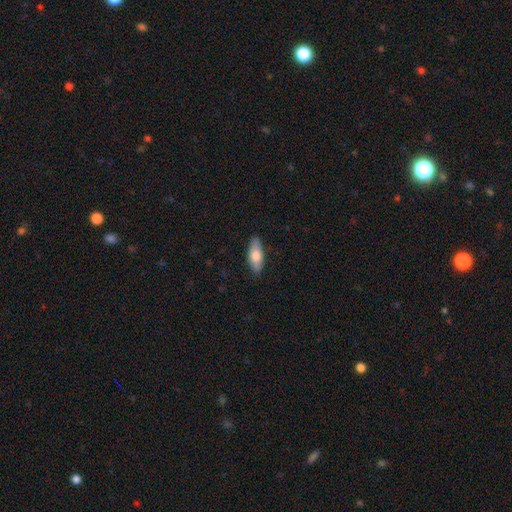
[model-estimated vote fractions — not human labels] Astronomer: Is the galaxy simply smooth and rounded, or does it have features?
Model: smooth — 72%.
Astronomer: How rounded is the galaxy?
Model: in between — 77%.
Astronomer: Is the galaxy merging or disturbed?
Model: none — 87%.